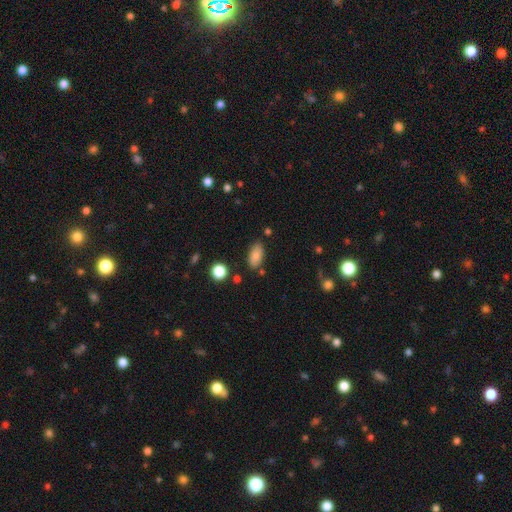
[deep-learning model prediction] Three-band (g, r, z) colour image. It shows a smooth galaxy with no disk features (84%) that is in between round and cigar-shaped (91%). Merging: none (82%).